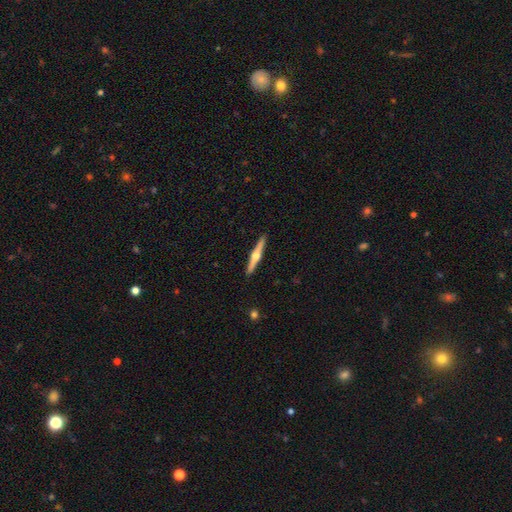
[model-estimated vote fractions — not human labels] featured or disk 74%, smooth 21%, star or artifact 5%. Down the decision tree: edge-on disk — yes (98%); edge-on bulge — rounded (96%); merging — none (92%).